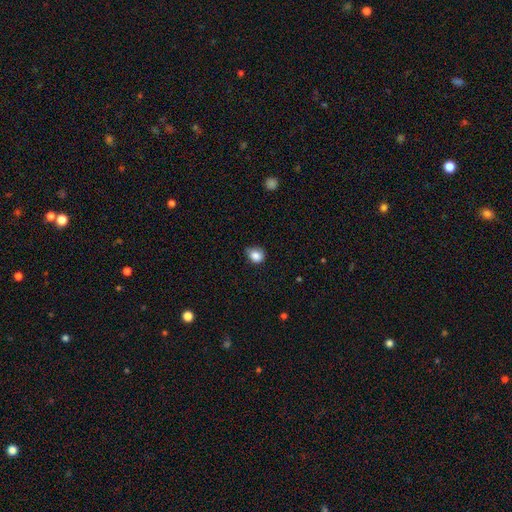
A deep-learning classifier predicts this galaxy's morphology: smooth_or_featured: smooth (p=0.85) [alt: star or artifact p=0.10]
how_rounded: round (p=0.67) [alt: in between p=0.32]
merging: none (p=0.60) [alt: minor disturbance p=0.32]